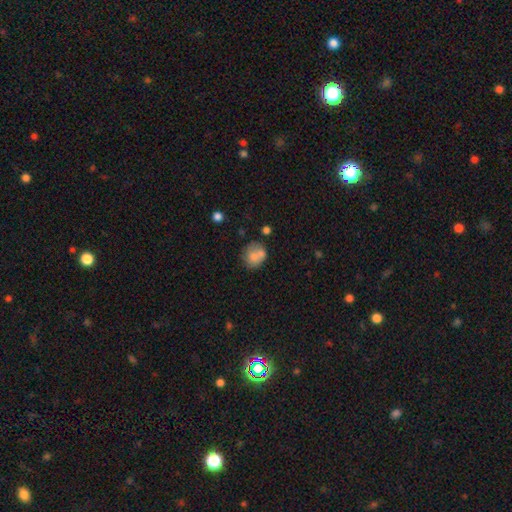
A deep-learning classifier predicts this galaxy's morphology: This is likely a smooth galaxy (70%). How rounded: likely round (72%). Merging: possibly none (47%).